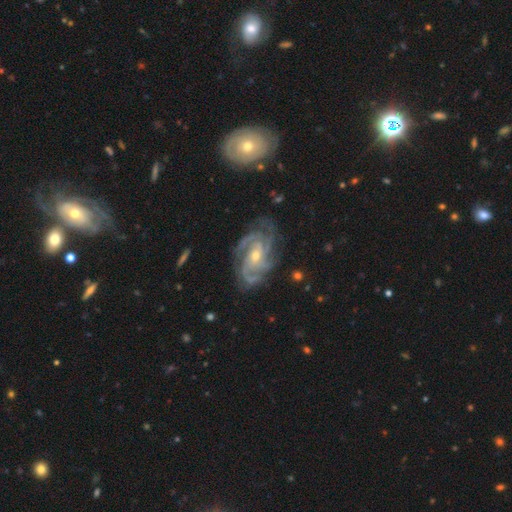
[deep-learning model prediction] Overall: featured or disk (91%). Edge-on disk: no (97%). Bar: no (55%; weak 34%). Spiral arms: yes (98%). Spiral arm count: 3 (31%; 4 30%). Spiral winding: tight (58%; medium 36%). Bulge size: small (54%; moderate 43%). Merging: none (73%).